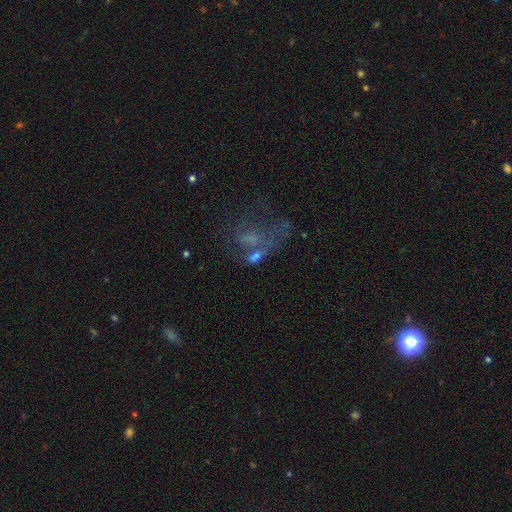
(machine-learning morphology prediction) A featured or disk galaxy (40%, tied with smooth).

Vote fractions:
- Smooth or featured? featured or disk: 40% (tied) / smooth: 40% (tied) / star or artifact: 20%
- Merging? major disturbance: 30% (tied) / merger: 30% (tied) / none: 26% / minor disturbance: 14%